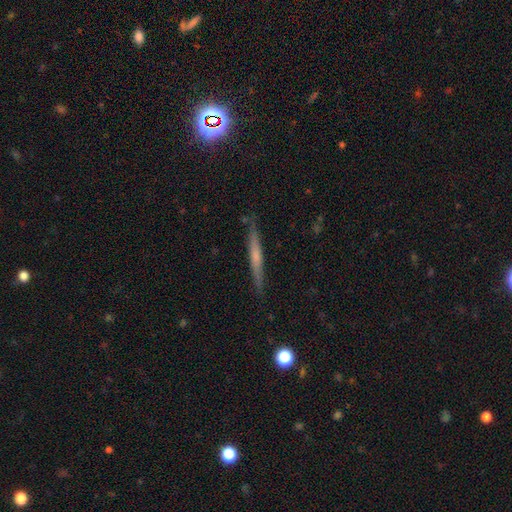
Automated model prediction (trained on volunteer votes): Overall: featured or disk (52%; smooth 41%). Edge-on disk: yes (96%). Edge-on bulge: none (55%; rounded 37%). Merging: none (88%).